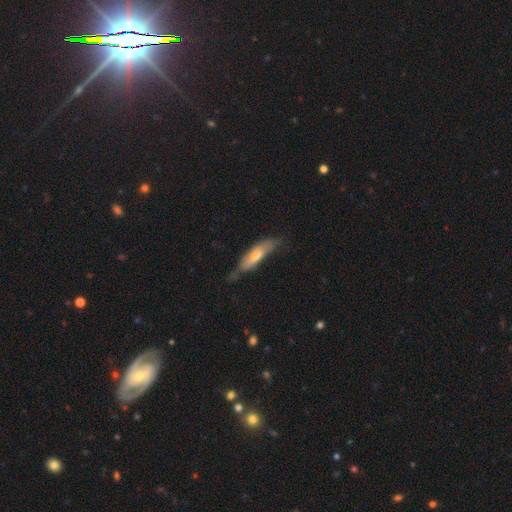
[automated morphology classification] Smooth or featured?
  - smooth: 50% *
  - featured or disk: 44%
  - star or artifact: 6%
Merging?
  - none: 54% *
  - minor disturbance: 33%
  - major disturbance: 10%
  - merger: 3%